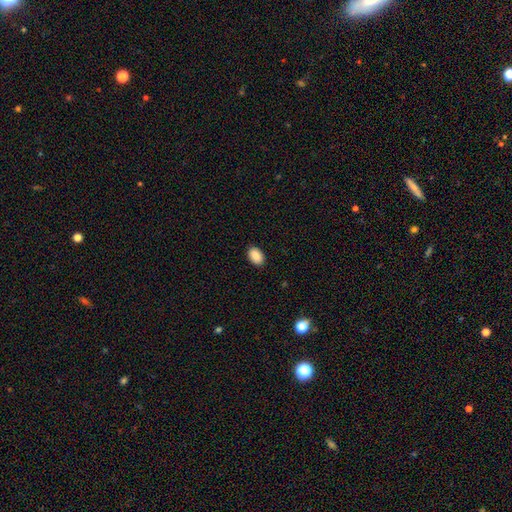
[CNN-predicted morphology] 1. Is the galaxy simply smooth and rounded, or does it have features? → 90% smooth, 7% star or artifact, 3% featured or disk.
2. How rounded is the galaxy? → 88% in between, 11% round, 1% cigar-shaped.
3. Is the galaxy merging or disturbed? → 89% none, 8% minor disturbance, 2% major disturbance, 1% merger.